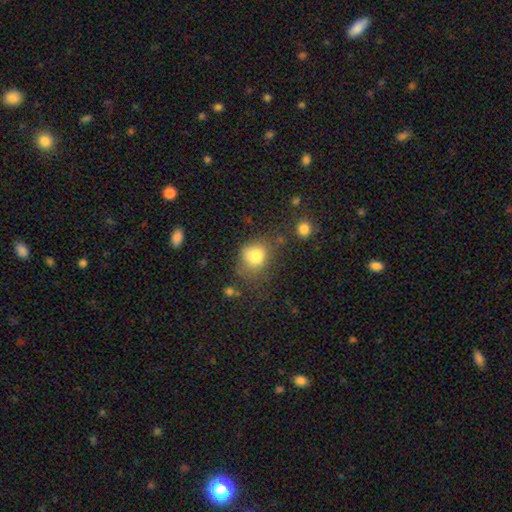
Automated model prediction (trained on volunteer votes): The model was most divided on "merging": none: 57%, minor disturbance: 23%, major disturbance: 12%, merger: 8%. More confident: smooth or featured — smooth (81%); how rounded — round (72%).